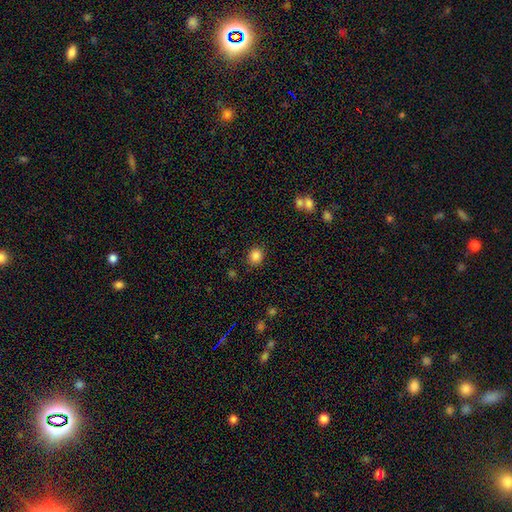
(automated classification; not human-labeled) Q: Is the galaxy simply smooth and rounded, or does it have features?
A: smooth — 86%.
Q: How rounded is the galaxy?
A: round — 76%.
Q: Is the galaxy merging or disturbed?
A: none — 88%.